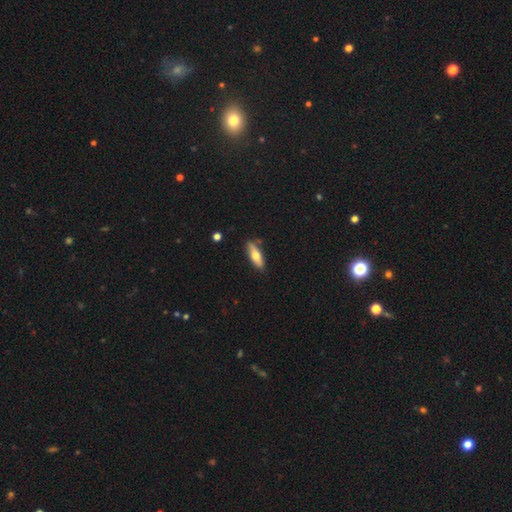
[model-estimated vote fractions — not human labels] Smooth or featured? Predicted: smooth (p=0.60). How rounded? Predicted: in between (p=0.51). Merging? Predicted: none (p=0.82).